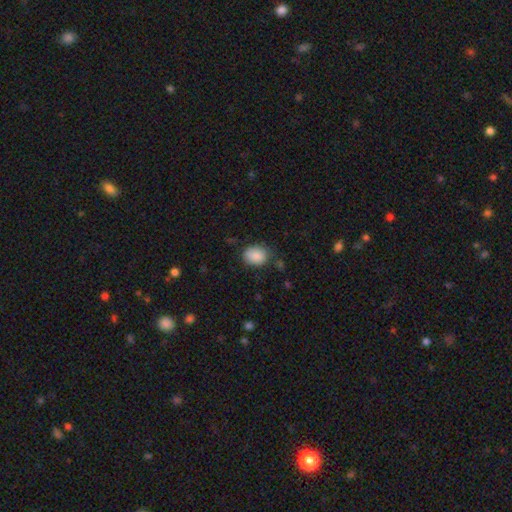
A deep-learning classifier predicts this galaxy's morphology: type=smooth (88%); roundness=in between (58%); merging=none (76%).